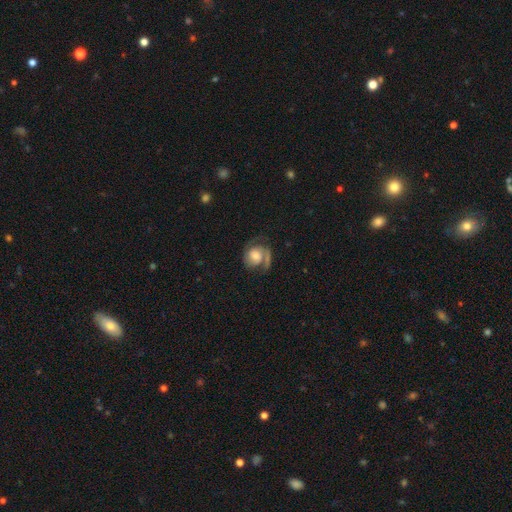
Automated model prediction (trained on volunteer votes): smooth_or_featured: featured or disk (p=0.71) [alt: smooth p=0.22]
disk_edge_on: no (p=0.98) [alt: yes p=0.02]
bar: no (p=0.71) [alt: weak p=0.24]
has_spiral_arms: yes (p=0.92) [alt: no p=0.08]
spiral_winding: medium (p=0.42) [alt: tight p=0.38]
spiral_arm_count: 2 (p=0.58) [alt: 1 p=0.28]
bulge_size: moderate (p=0.47) [alt: small p=0.28]
merging: none (p=0.55) [alt: minor disturbance p=0.20]